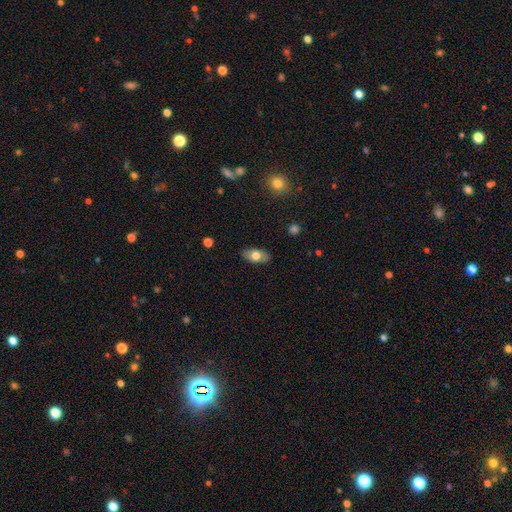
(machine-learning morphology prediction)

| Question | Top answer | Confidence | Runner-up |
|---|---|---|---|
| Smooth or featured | smooth | 69% | featured or disk (24%) |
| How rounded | in between | 90% | round (5%) |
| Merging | none | 85% | minor disturbance (11%) |